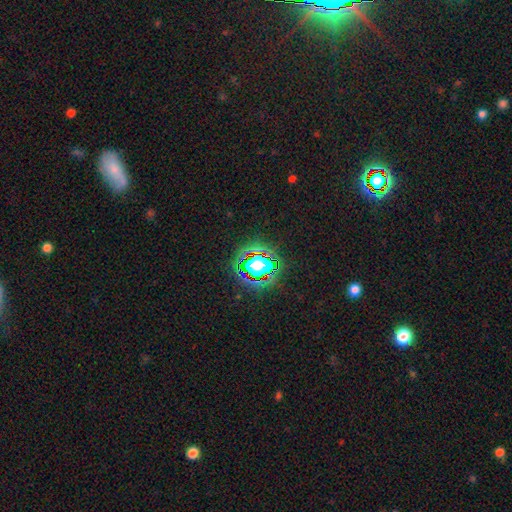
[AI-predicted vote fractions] Overall: star or artifact (71%).